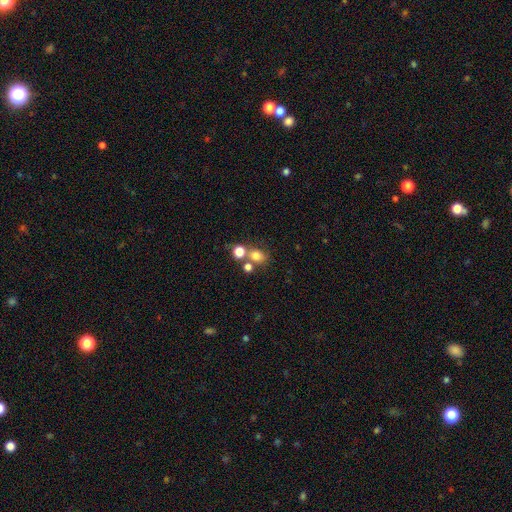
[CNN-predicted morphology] This appears to be a smooth galaxy with no disk features (74%) that is round (59%). Merging: none (52%).